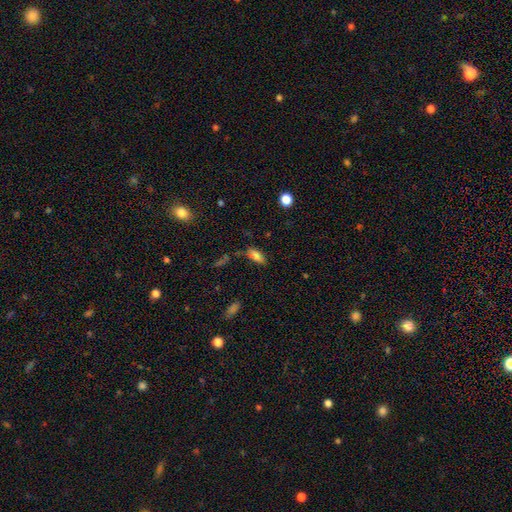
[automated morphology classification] The model was most divided on "merging": none: 67%, minor disturbance: 21%, major disturbance: 6%, merger: 6%. More confident: how rounded — in between (88%); smooth or featured — smooth (80%).